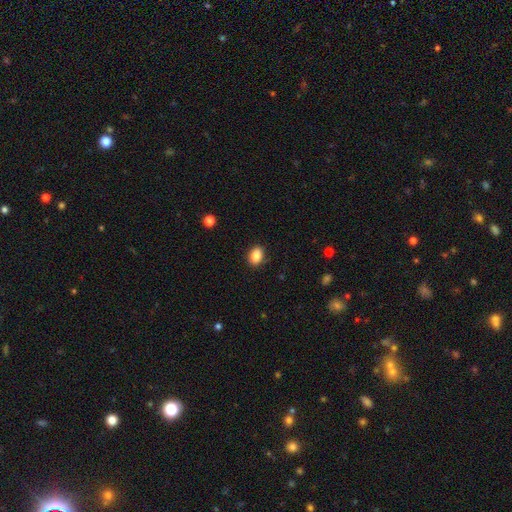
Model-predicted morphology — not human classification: The model was most divided on "how rounded": in between: 77%, round: 22%, cigar-shaped: 1%. More confident: merging — none (88%); smooth or featured — smooth (87%).